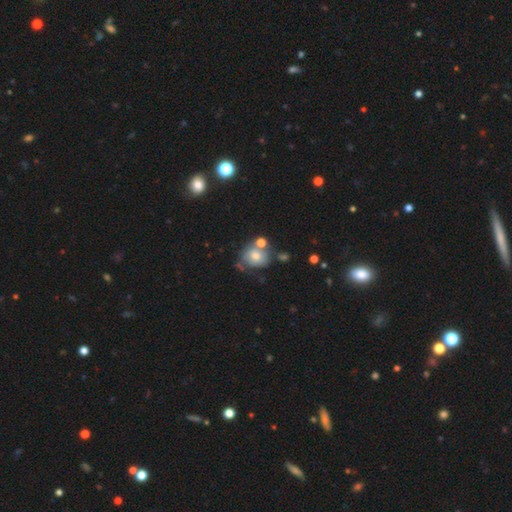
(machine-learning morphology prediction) smooth-or-featured: smooth: 67% | featured or disk: 22% | star or artifact: 11%
  how-rounded: round: 67% | in between: 32% | cigar-shaped: 1%
  merging: none: 45% | merger: 23% | minor disturbance: 21% | major disturbance: 11%